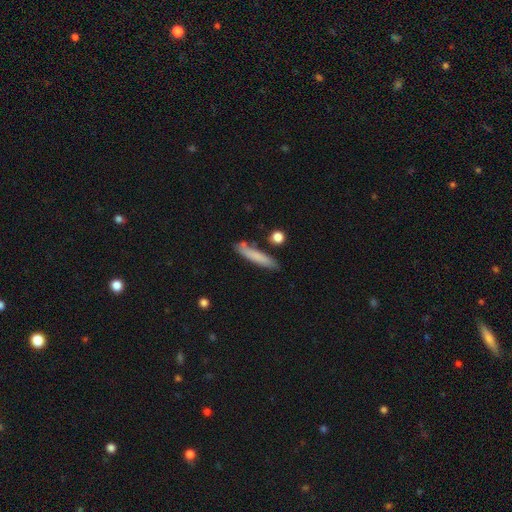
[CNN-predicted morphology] A smooth galaxy with no disk features (75%) that is cigar-shaped (89%). Merging: none (75%).